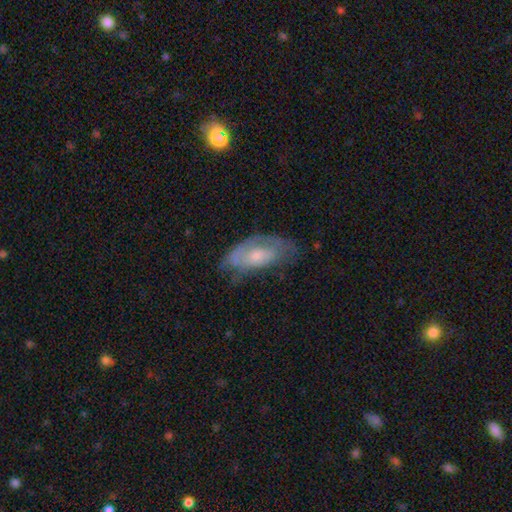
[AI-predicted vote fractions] smooth-or-featured: featured or disk: 52% | smooth: 41% | star or artifact: 7%
  disk-edge-on: no: 88% | yes: 12%
  merging: none: 47% | minor disturbance: 31% | major disturbance: 19% | merger: 2%